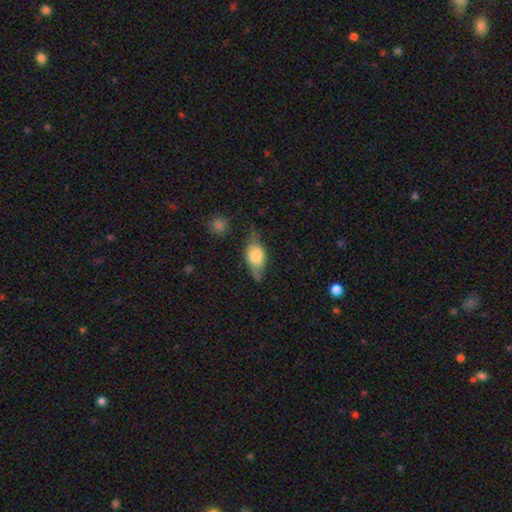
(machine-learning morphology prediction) This appears to be a smooth galaxy with no disk features (53%) that is in between round and cigar-shaped (77%). Merging: none (51%).